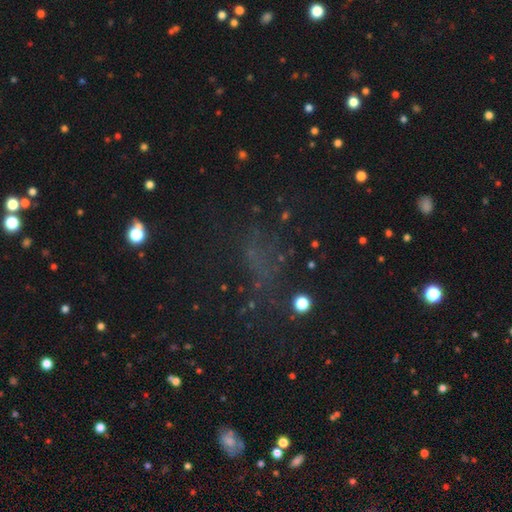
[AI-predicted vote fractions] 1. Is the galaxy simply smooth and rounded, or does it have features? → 48% star or artifact, 34% smooth, 17% featured or disk.